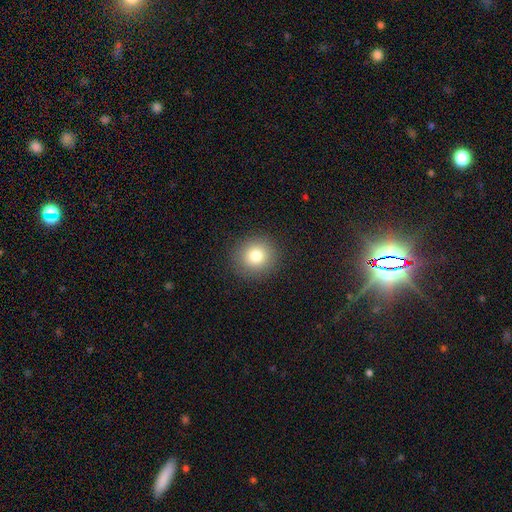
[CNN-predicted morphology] A smooth galaxy with no disk features (80%) that is round (90%). Merging: none (91%).